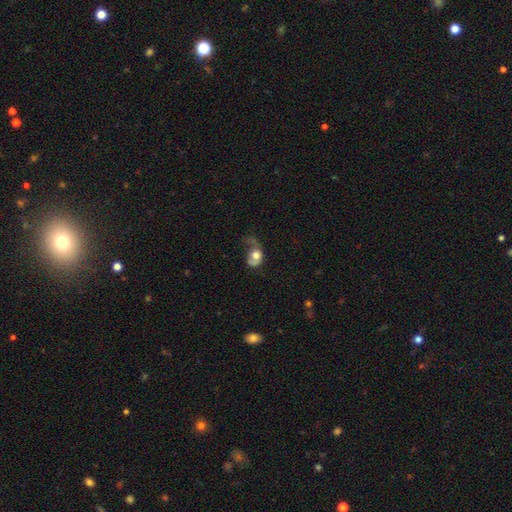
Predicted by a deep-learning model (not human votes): smooth_or_featured: smooth (p=0.53) [alt: featured or disk p=0.39]
how_rounded: in between (p=0.52) [alt: round p=0.47]
merging: major disturbance (p=0.58) [alt: minor disturbance p=0.18]